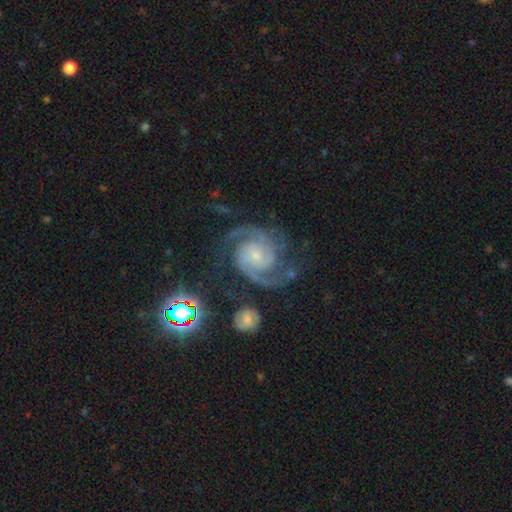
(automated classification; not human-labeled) This is clearly a featured or disk galaxy (92%). It is clearly not viewed edge-on (98%). Bar: possibly no (56%). Spiral arm pattern: clearly yes (99%). Spiral arm count: clearly 2 (87%). Spiral winding: possibly medium (51%). Central bulge: possibly small (58%). Merging: likely none (75%).